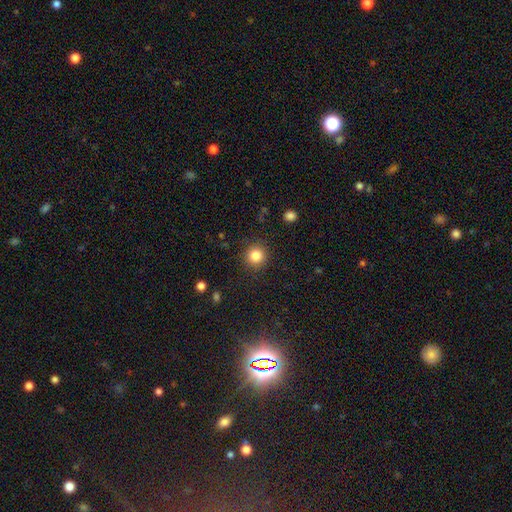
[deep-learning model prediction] Smooth or featured?
  - smooth: 84% *
  - star or artifact: 11%
  - featured or disk: 5%
How rounded?
  - round: 93% *
  - in between: 6%
  - cigar-shaped: 1%
Merging?
  - none: 89% *
  - minor disturbance: 7%
  - major disturbance: 3%
  - merger: 1%